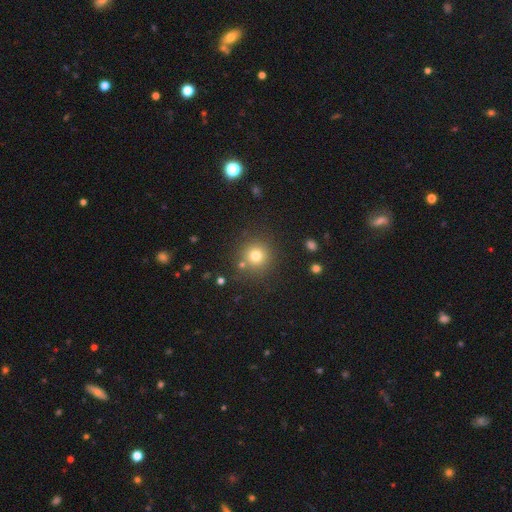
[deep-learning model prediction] Smooth or featured? smooth (76%)
How rounded? round (94%)
Merging? none (83%)